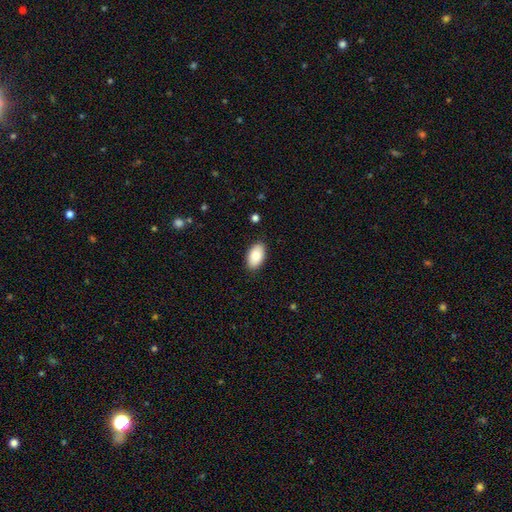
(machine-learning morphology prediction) This is clearly a smooth galaxy (84%). How rounded: clearly in between (95%). Merging: clearly none (88%).